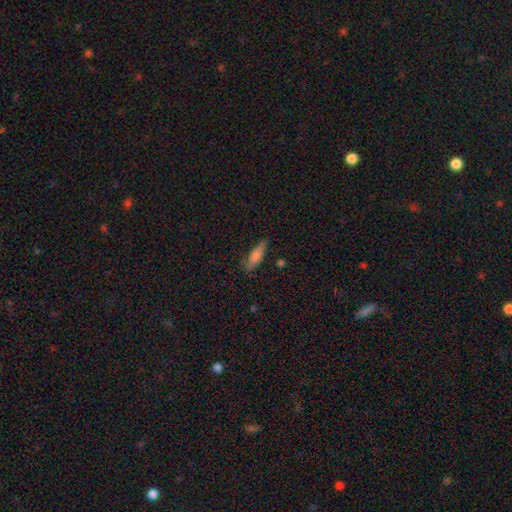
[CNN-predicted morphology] Smooth or featured?
  - smooth: 63% *
  - featured or disk: 29%
  - star or artifact: 7%
How rounded?
  - cigar-shaped: 70% *
  - in between: 27%
  - round: 2%
Merging?
  - none: 82% *
  - minor disturbance: 14%
  - major disturbance: 3%
  - merger: 2%